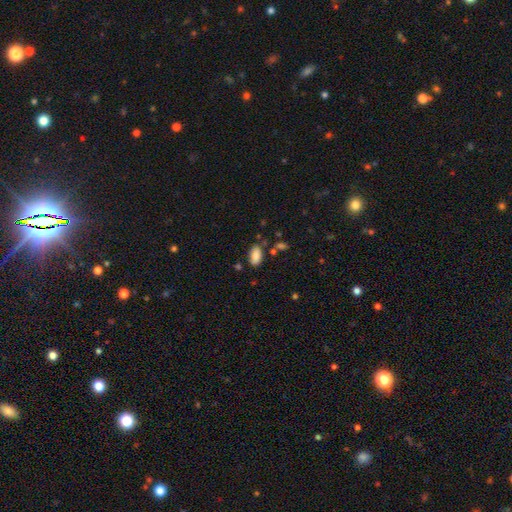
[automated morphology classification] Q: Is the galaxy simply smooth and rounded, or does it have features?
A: smooth — 87%.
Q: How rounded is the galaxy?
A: in between — 92%.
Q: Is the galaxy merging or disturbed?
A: none — 78%.